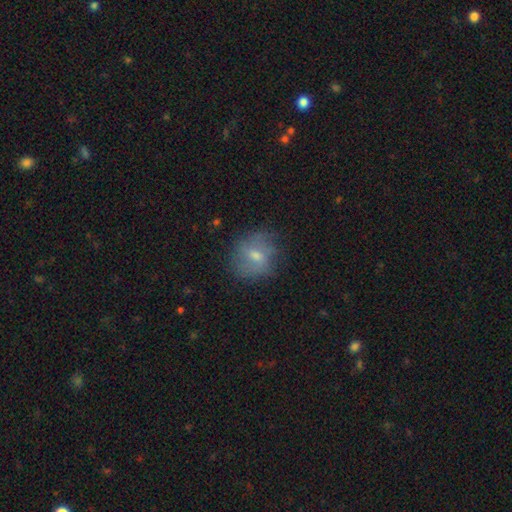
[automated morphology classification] This is possibly a smooth galaxy (54%). How rounded: likely round (75%). Merging: likely none (74%).